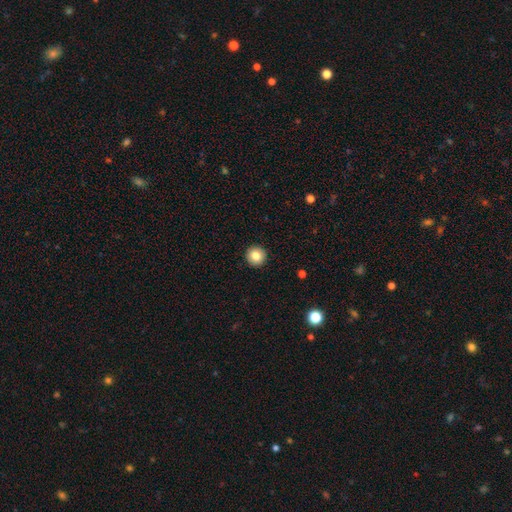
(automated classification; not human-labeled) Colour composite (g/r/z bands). It shows a smooth galaxy with no disk features (83%) that is round (96%). Merging: none (93%).